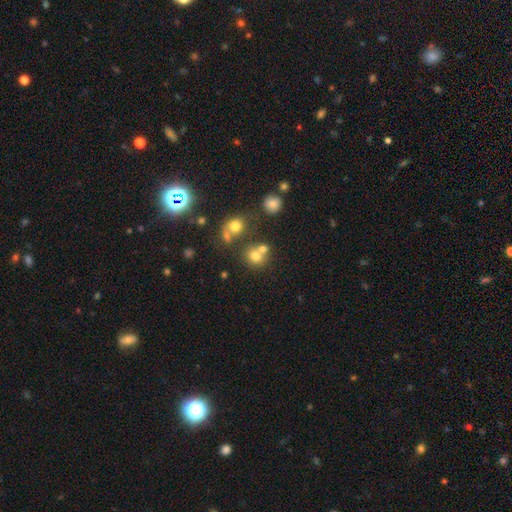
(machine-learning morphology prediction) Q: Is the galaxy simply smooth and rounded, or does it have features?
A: smooth — 71%.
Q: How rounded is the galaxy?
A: round — 78%.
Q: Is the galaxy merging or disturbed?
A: none — 49%.